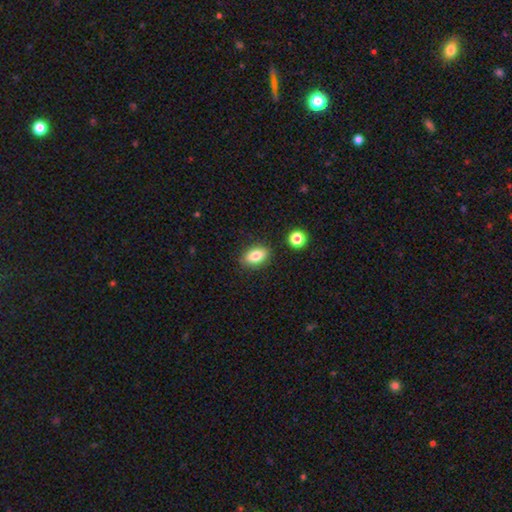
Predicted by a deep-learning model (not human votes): smooth_or_featured: smooth (p=0.81) [alt: featured or disk p=0.10]
how_rounded: in between (p=0.86) [alt: round p=0.09]
merging: none (p=0.85) [alt: minor disturbance p=0.10]